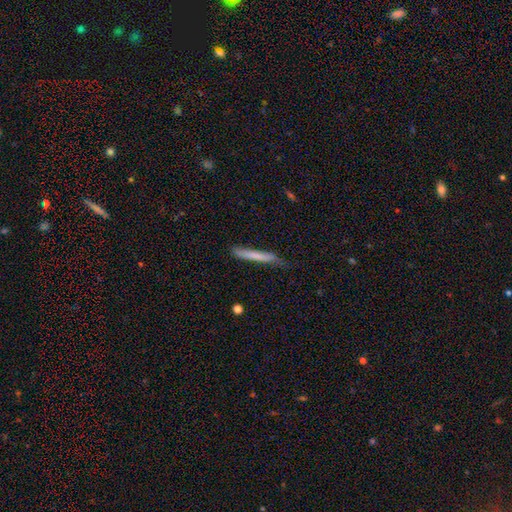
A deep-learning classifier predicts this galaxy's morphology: Smooth or featured? smooth (69%)
How rounded? cigar-shaped (96%)
Merging? none (66%)